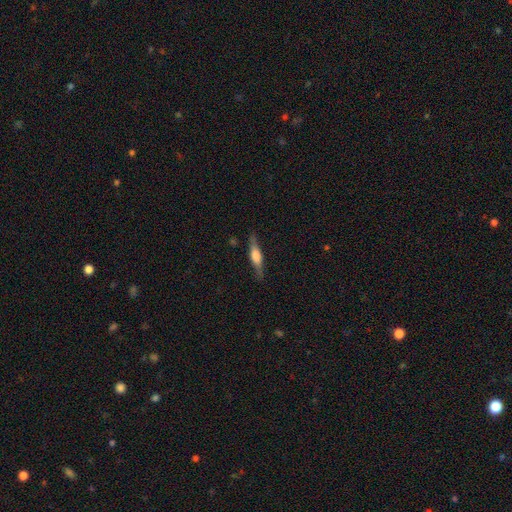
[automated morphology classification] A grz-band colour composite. It shows a featured or disk galaxy (59%) viewed edge-on (95%) with a rounded central bulge (68%). Merging: none (84%).